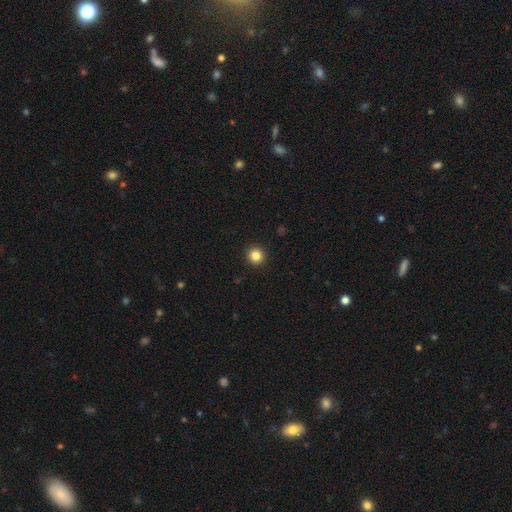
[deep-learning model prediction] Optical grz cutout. It shows a smooth galaxy with no disk features (84%) that is round (94%). Merging: none (93%).